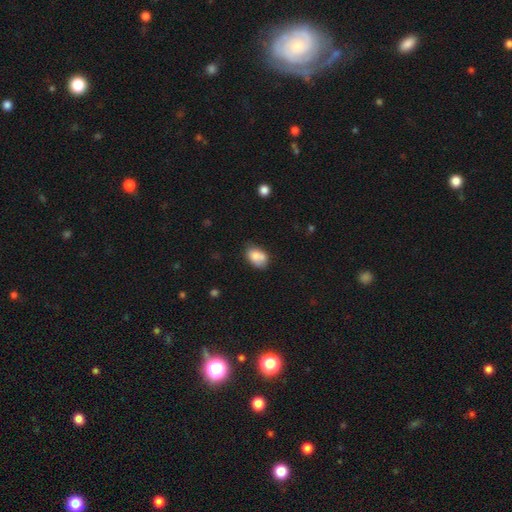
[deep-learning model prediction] Smooth or featured: smooth — 76% (featured or disk — 15%)
How rounded: in between — 81% (round — 18%)
Merging: none — 43% (merger — 26%)